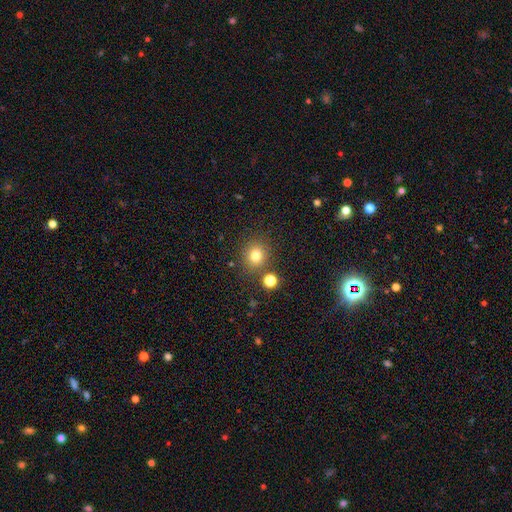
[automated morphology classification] Smooth or featured? Predicted: smooth (p=0.79). How rounded? Predicted: round (p=0.86). Merging? Predicted: none (p=0.83).